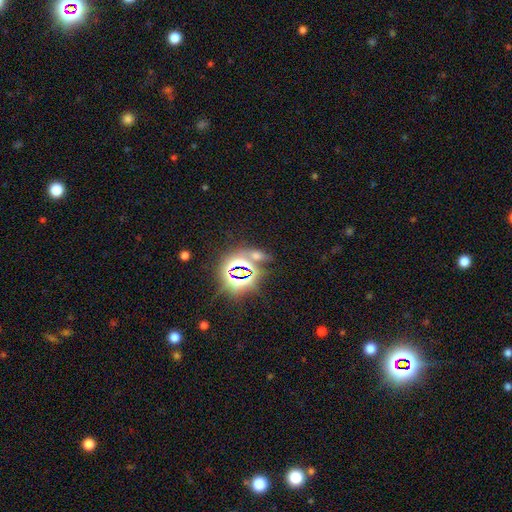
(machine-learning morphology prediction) Smooth or featured? Predicted: star or artifact (p=0.59).